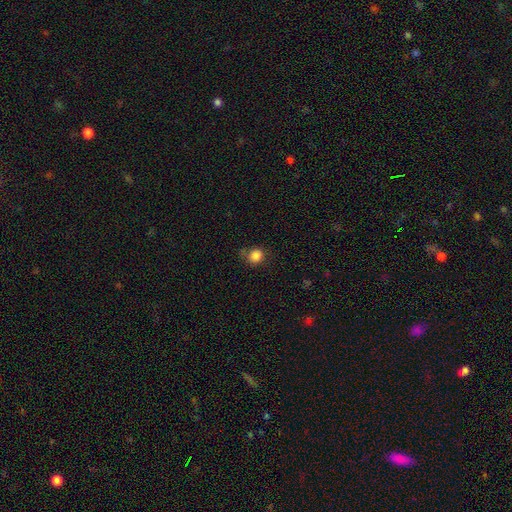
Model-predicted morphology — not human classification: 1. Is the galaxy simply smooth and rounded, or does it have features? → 85% smooth, 11% star or artifact, 4% featured or disk.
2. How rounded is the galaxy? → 84% round, 15% in between, 1% cigar-shaped.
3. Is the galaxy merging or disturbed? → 69% none, 21% minor disturbance, 7% major disturbance, 4% merger.